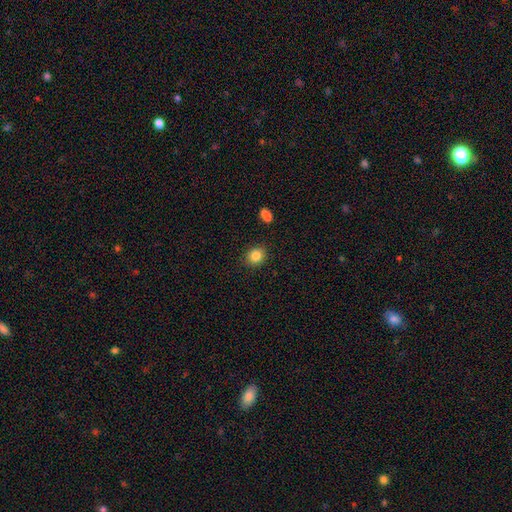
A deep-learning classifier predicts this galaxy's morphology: smooth_or_featured: smooth (p=0.85) [alt: star or artifact p=0.10]
how_rounded: round (p=0.70) [alt: in between p=0.29]
merging: none (p=0.88) [alt: minor disturbance p=0.08]